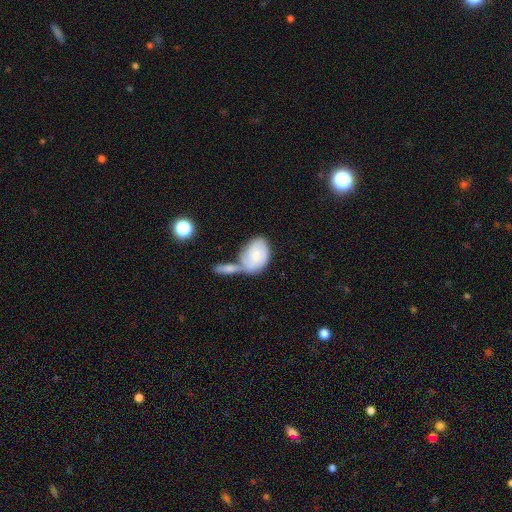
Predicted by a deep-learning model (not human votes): A smooth galaxy with no disk features (64%) that is in between round and cigar-shaped (84%). Merging: merger (47%).